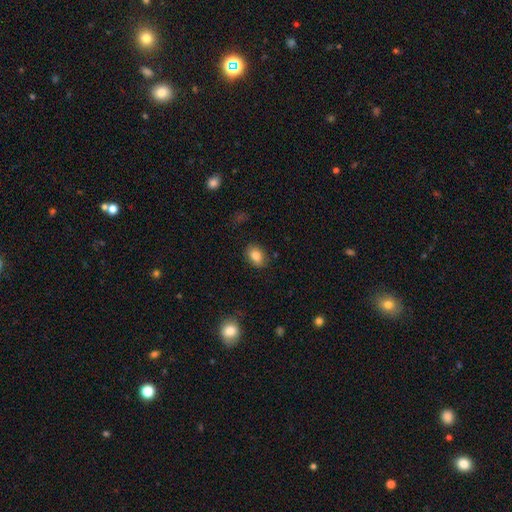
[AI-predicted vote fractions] The model was most divided on "how rounded": in between: 72%, round: 27%, cigar-shaped: 1%. More confident: merging — none (85%); smooth or featured — smooth (83%).